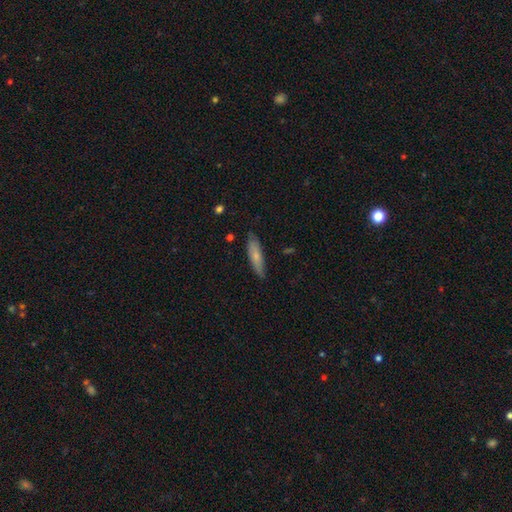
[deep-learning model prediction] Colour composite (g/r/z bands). It shows a smooth galaxy with no disk features (63%) that is cigar-shaped (70%). Merging: none (80%).